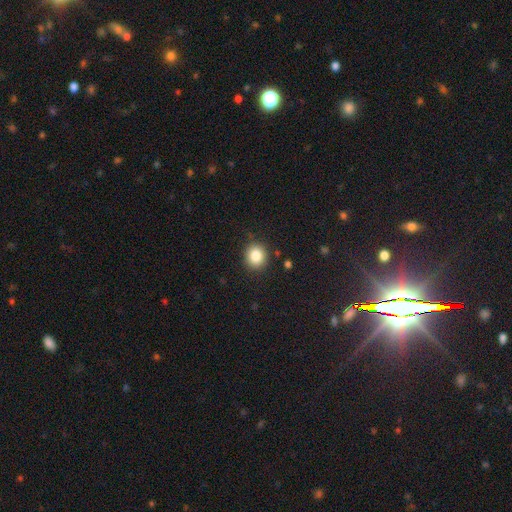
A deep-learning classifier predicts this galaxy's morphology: This is clearly a smooth galaxy (84%). How rounded: clearly round (84%). Merging: clearly none (88%).